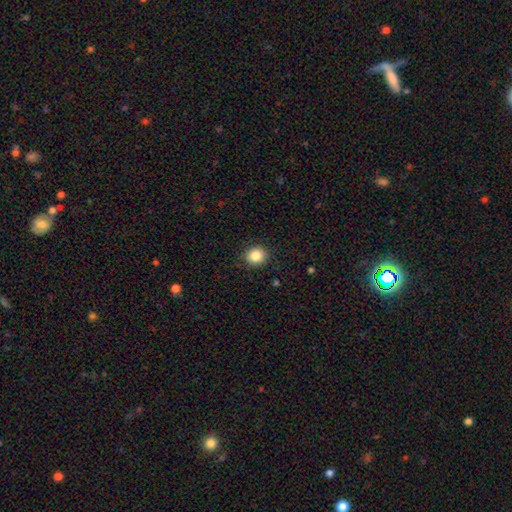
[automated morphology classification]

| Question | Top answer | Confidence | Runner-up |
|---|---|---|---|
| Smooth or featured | smooth | 86% | star or artifact (10%) |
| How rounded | round | 80% | in between (19%) |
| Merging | none | 90% | minor disturbance (7%) |